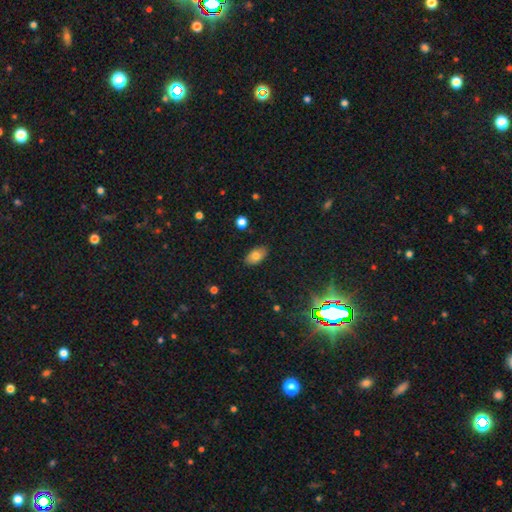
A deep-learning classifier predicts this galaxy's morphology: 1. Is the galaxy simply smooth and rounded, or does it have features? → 75% smooth, 14% featured or disk, 11% star or artifact.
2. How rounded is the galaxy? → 92% in between, 6% round, 2% cigar-shaped.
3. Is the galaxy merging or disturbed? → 85% none, 12% minor disturbance, 2% major disturbance, 1% merger.